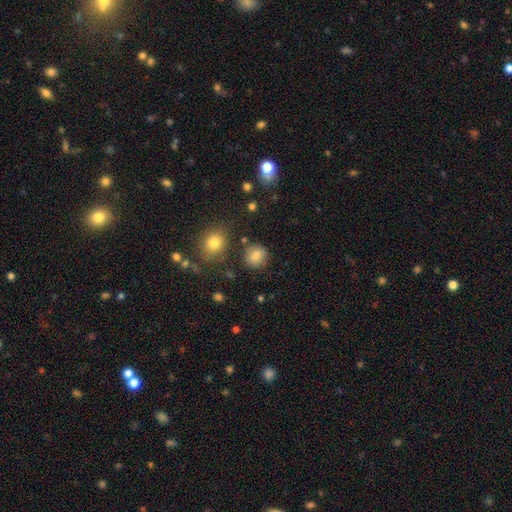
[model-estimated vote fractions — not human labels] Morphology: type=smooth (82%); roundness=round (86%); merging=none (83%).